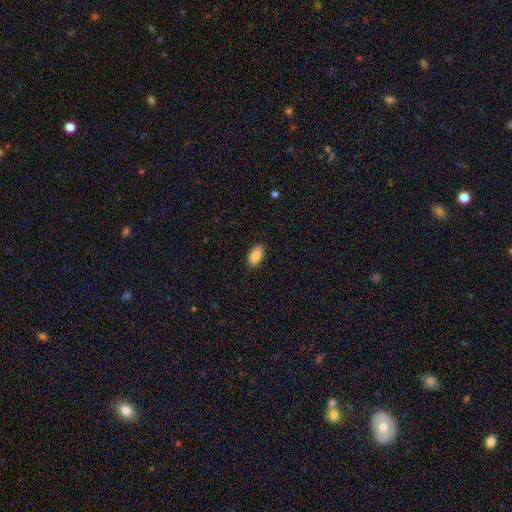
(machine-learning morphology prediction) Smooth or featured: smooth — 87% (star or artifact — 7%)
How rounded: in between — 93% (cigar-shaped — 4%)
Merging: none — 88% (minor disturbance — 9%)